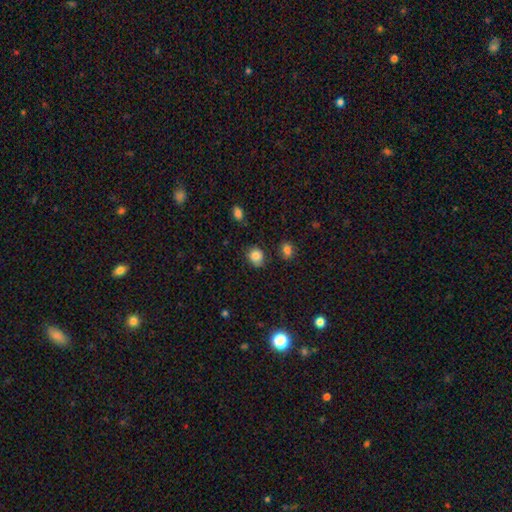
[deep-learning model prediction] smooth_or_featured: smooth (p=0.83) [alt: star or artifact p=0.11]
how_rounded: round (p=0.76) [alt: in between p=0.23]
merging: none (p=0.74) [alt: minor disturbance p=0.18]